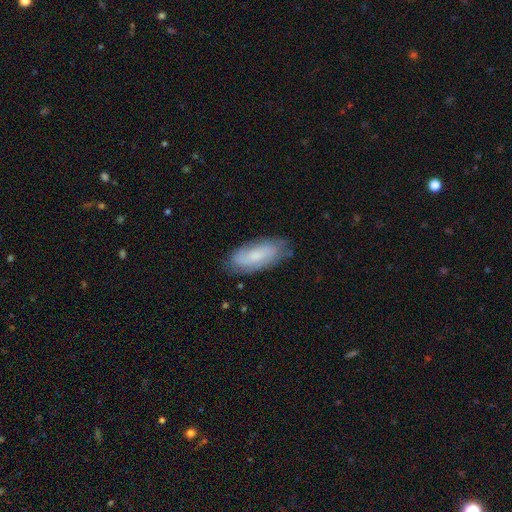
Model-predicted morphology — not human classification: smooth-or-featured: featured or disk: 51% | smooth: 42% | star or artifact: 8%
  disk-edge-on: no: 89% | yes: 11%
  merging: none: 75% | minor disturbance: 19% | major disturbance: 5% | merger: 1%